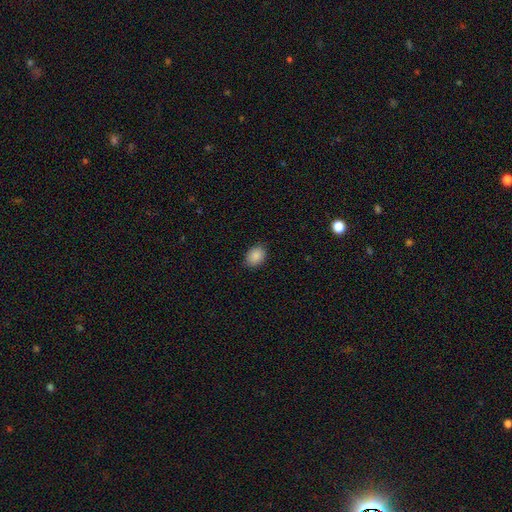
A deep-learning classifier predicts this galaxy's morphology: smooth_or_featured: smooth (p=0.89) [alt: star or artifact p=0.08]
how_rounded: in between (p=0.70) [alt: round p=0.29]
merging: none (p=0.86) [alt: minor disturbance p=0.11]